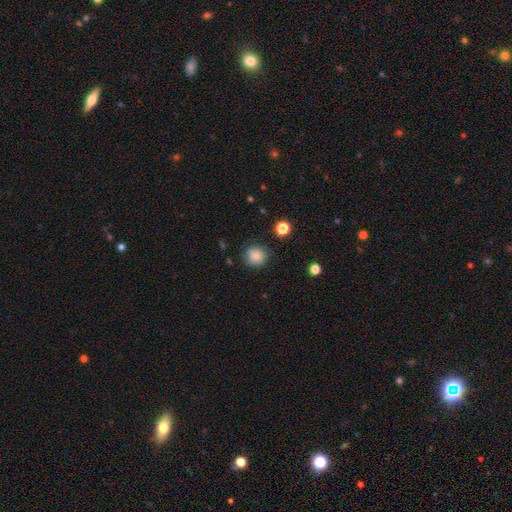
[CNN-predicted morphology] Overall: smooth (80%). How rounded: round (86%). Merging: none (80%).